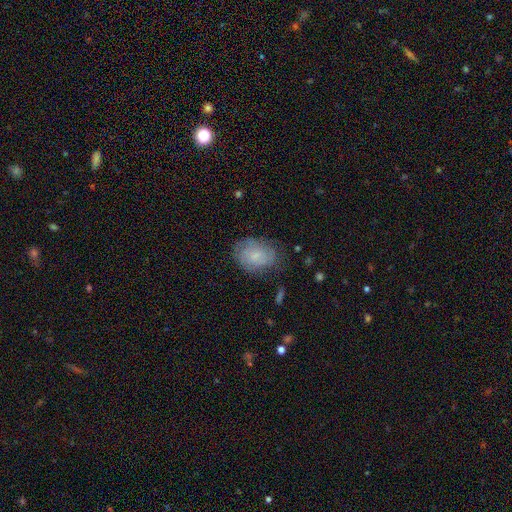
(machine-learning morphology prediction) smooth-or-featured: smooth: 64% | featured or disk: 27% | star or artifact: 9%
  how-rounded: in between: 72% | round: 27% | cigar-shaped: 1%
  merging: none: 65% | minor disturbance: 24% | major disturbance: 9% | merger: 2%